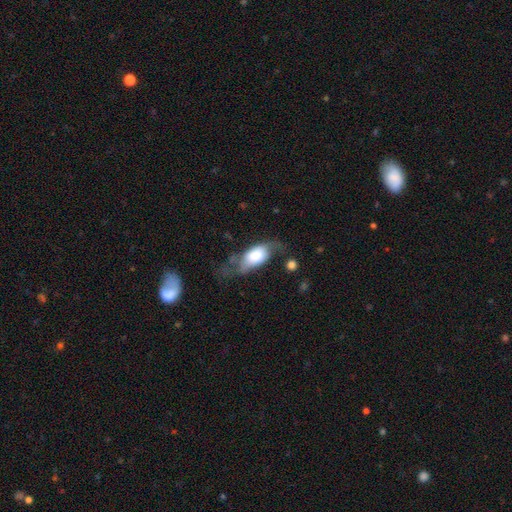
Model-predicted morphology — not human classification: smooth-or-featured: smooth: 64% | featured or disk: 30% | star or artifact: 7%
  how-rounded: in between: 87% | cigar-shaped: 8% | round: 5%
  merging: major disturbance: 33% | none: 31% | minor disturbance: 30% | merger: 6%